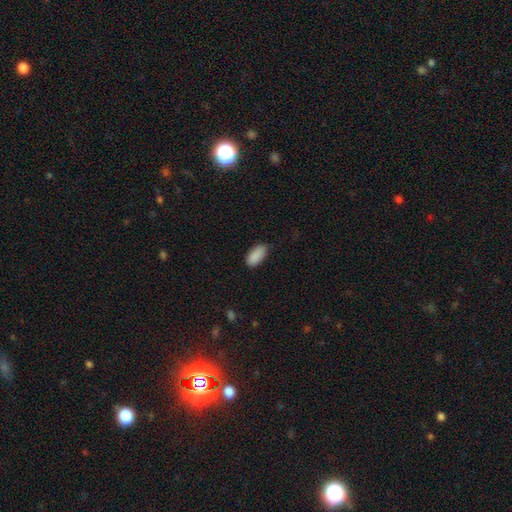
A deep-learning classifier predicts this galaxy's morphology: This is clearly a smooth galaxy (89%). How rounded: clearly in between (91%). Merging: likely none (75%).